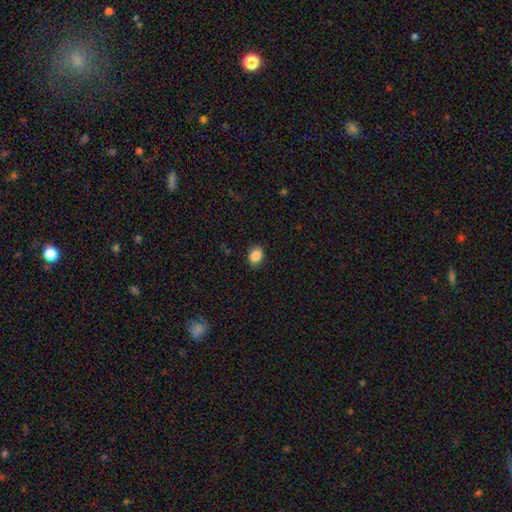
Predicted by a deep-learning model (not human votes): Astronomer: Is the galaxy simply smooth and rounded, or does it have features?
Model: smooth — 87%.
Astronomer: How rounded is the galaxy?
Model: in between — 56% (runner-up: round, 43%).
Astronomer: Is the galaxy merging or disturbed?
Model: none — 84%.